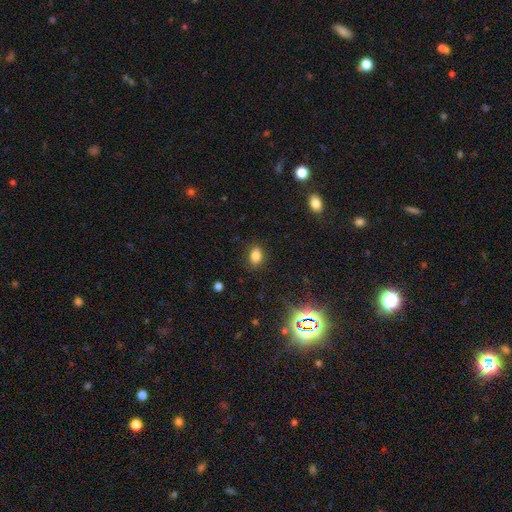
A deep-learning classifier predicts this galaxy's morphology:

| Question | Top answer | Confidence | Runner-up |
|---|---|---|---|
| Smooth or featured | smooth | 81% | star or artifact (13%) |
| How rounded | in between | 77% | round (22%) |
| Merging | none | 85% | minor disturbance (11%) |